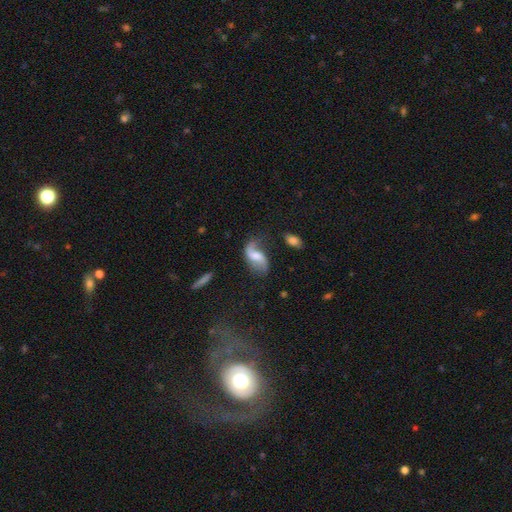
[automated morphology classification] A featured or disk galaxy (73%) with a weak bar (49%), 2 (85%) loose (83%) spiral arms (92%) and a moderate central bulge (44%).

Vote fractions:
- Smooth or featured? featured or disk: 73% / smooth: 20% / star or artifact: 7%
- Edge-on disk? no: 96% / yes: 4%
- Bar? weak: 49% / no: 34% / strong: 17%
- Spiral arms? yes: 92% / no: 8%
- Spiral winding? loose: 83% / medium: 14% / tight: 4%
- Spiral arm count? 2: 85% / 1: 9% / can't tell: 3% / 3: 1% / 4: 1% / more than 4: 1%
- Bulge size? moderate: 44% / small: 31% / none: 14% / large: 9% / dominant: 2%
- Merging? none: 57% / minor disturbance: 23% / major disturbance: 16% / merger: 5%